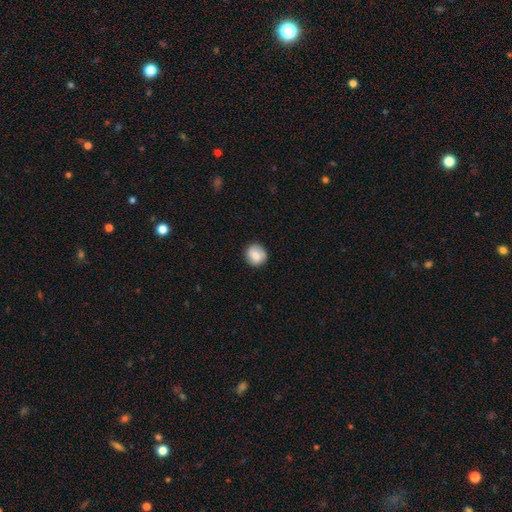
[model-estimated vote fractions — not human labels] Morphology: type=smooth (81%); roundness=round (87%); merging=none (85%).